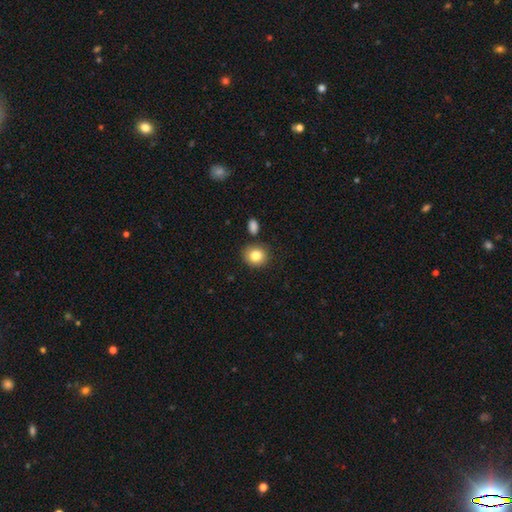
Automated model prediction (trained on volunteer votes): Smooth or featured? smooth (82%)
How rounded? round (81%)
Merging? none (83%)